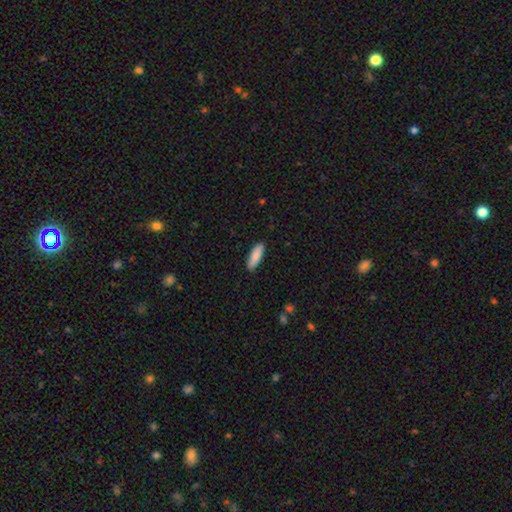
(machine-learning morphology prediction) A smooth galaxy with no disk features (87%) that is in between round and cigar-shaped (53%). Merging: none (90%).